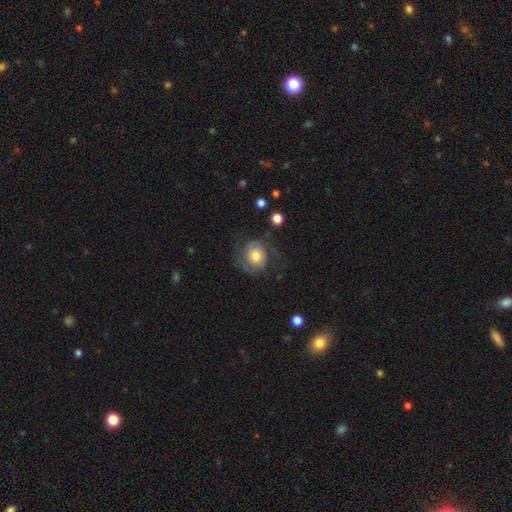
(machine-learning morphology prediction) Smooth or featured? Predicted: featured or disk (p=0.49). Merging? Predicted: none (p=0.59).